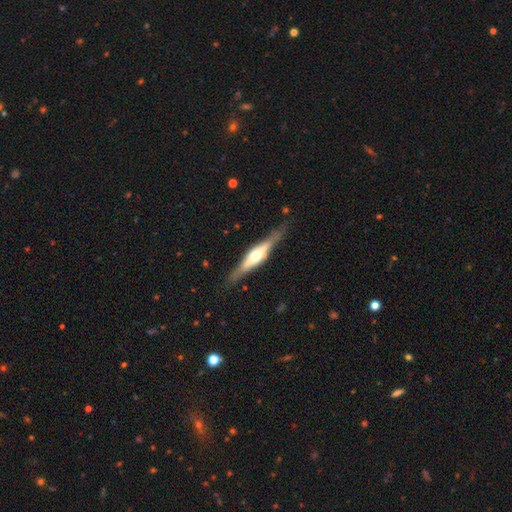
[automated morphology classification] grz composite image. It shows a featured or disk galaxy (73%) viewed edge-on (95%) with a rounded central bulge (86%). Merging: none (82%).